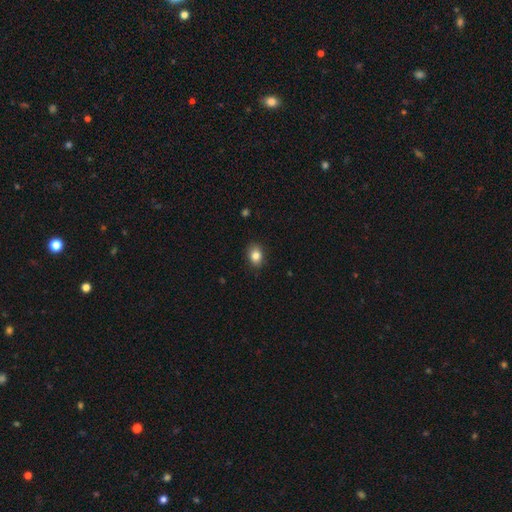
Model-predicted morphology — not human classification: Overall: smooth (84%). How rounded: in between (63%; round 36%). Merging: none (87%).